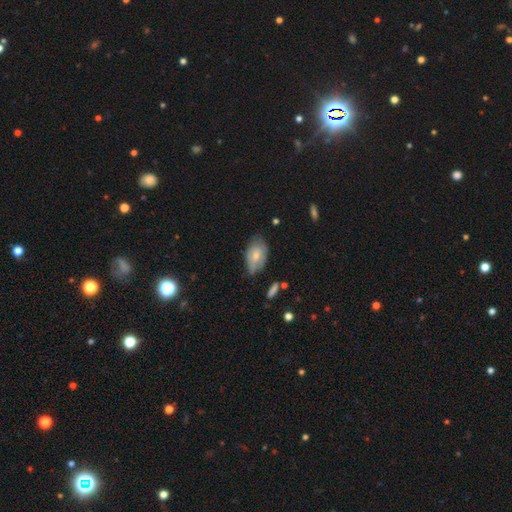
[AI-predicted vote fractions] Smooth or featured? Predicted: smooth (p=0.62). How rounded? Predicted: in between (p=0.90). Merging? Predicted: none (p=0.53).